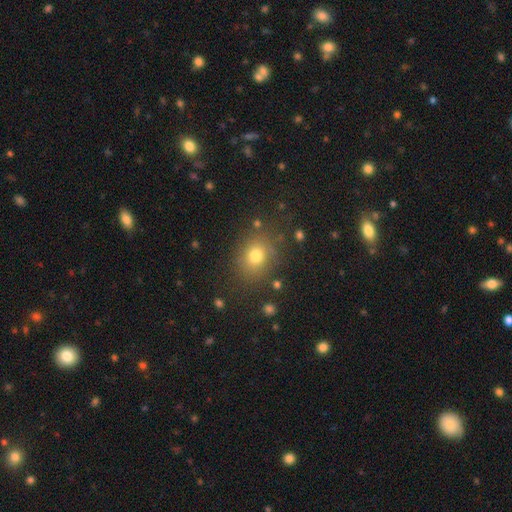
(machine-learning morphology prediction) type=smooth (74%); roundness=round (55%); merging=none (81%).